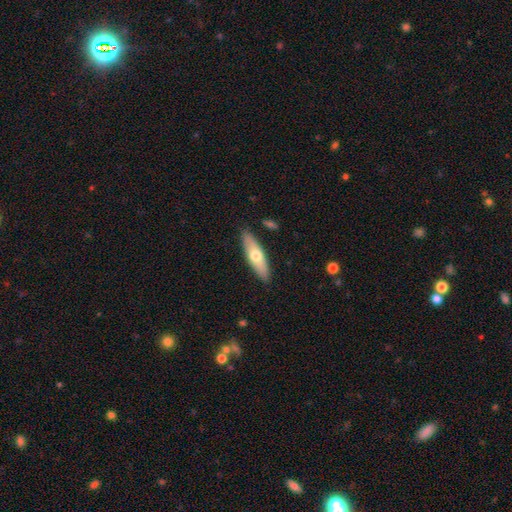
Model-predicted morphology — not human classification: Q: Smooth or featured?
A: smooth (58%); runner-up: featured or disk (37%)
Q: How rounded?
A: cigar-shaped (55%); runner-up: in between (43%)
Q: Merging?
A: none (88%); runner-up: minor disturbance (9%)